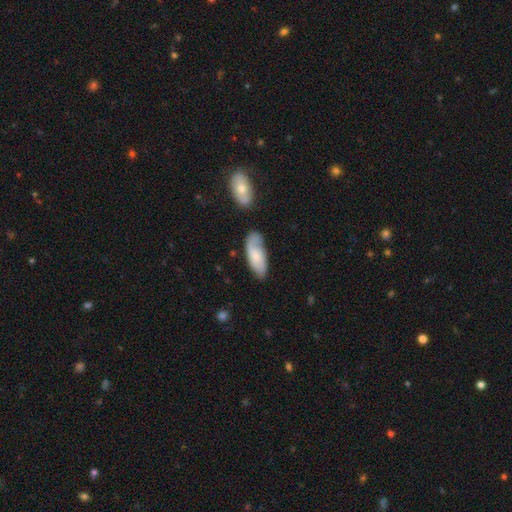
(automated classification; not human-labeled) A smooth galaxy with no disk features (63%) that is in between round and cigar-shaped (82%).

Vote fractions:
- Smooth or featured? smooth: 63% / featured or disk: 31% / star or artifact: 6%
- How rounded? in between: 82% / cigar-shaped: 16% / round: 2%
- Merging? none: 60% / minor disturbance: 26% / major disturbance: 8% / merger: 6%